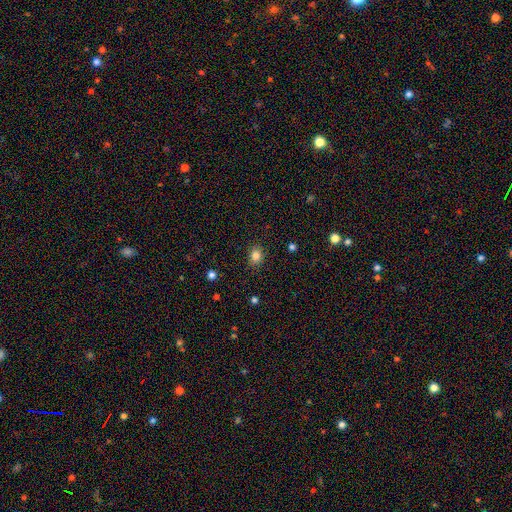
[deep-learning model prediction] Q: Smooth or featured?
A: smooth (83%); runner-up: star or artifact (11%)
Q: How rounded?
A: in between (53%); runner-up: round (46%)
Q: Merging?
A: none (87%); runner-up: minor disturbance (10%)